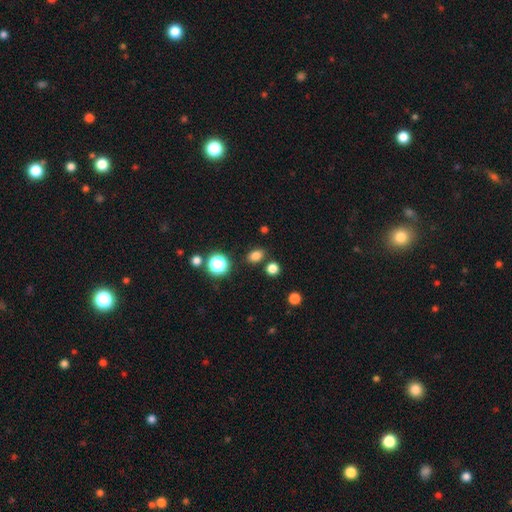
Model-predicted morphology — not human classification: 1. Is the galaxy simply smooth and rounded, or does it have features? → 79% smooth, 16% star or artifact, 5% featured or disk.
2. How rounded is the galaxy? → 67% in between, 32% round, 1% cigar-shaped.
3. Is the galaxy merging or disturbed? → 82% none, 9% minor disturbance, 6% merger, 3% major disturbance.